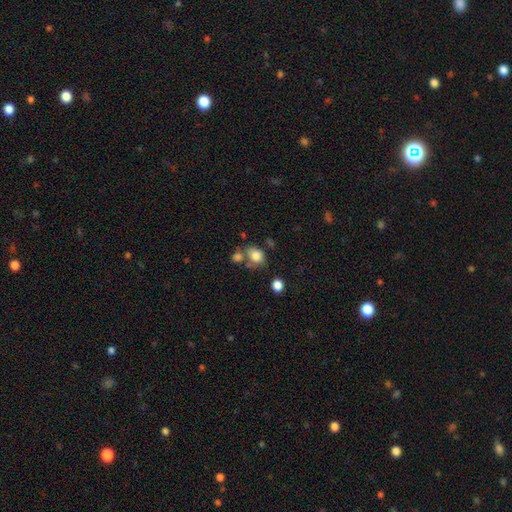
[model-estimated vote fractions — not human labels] smooth_or_featured: smooth (p=0.79) [alt: featured or disk p=0.11]
how_rounded: in between (p=0.59) [alt: round p=0.40]
merging: none (p=0.46) [alt: merger p=0.28]